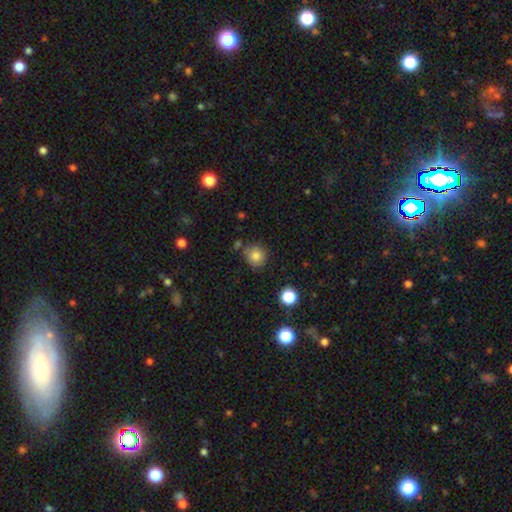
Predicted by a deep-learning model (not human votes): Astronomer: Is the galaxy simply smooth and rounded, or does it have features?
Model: smooth — 81%.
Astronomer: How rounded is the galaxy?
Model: round — 89%.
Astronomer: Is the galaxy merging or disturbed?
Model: none — 79%.